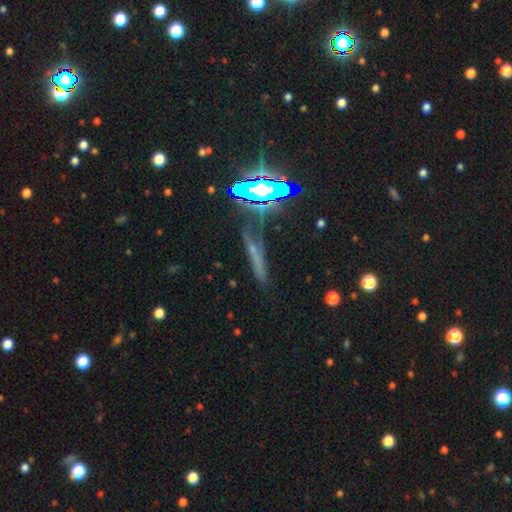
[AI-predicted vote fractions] smooth_or_featured: featured or disk (p=0.37) [alt: smooth p=0.34]
merging: none (p=0.70) [alt: minor disturbance p=0.18]